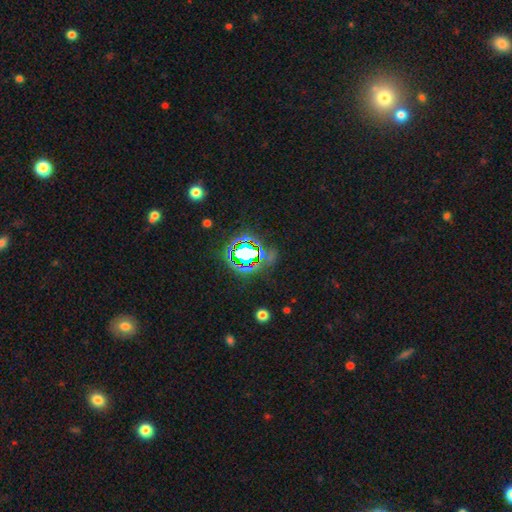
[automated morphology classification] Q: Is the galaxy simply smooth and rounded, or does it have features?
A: star or artifact — 79%.